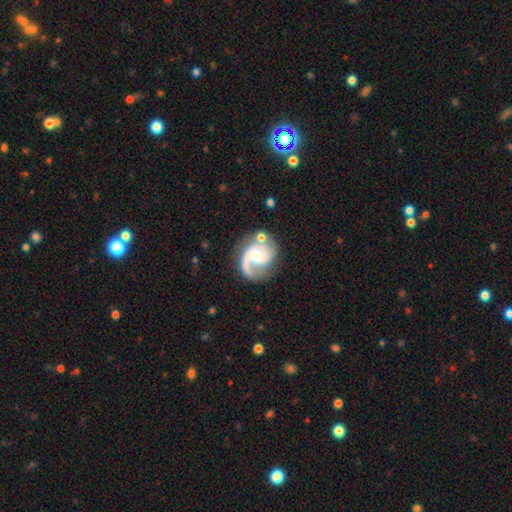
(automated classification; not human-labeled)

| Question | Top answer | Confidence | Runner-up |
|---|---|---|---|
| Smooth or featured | featured or disk | 89% | smooth (7%) |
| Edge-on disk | no | 98% | yes (2%) |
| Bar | weak | 44% | tied: no (44%) |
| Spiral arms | yes | 97% | no (3%) |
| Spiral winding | medium | 53% | loose (26%) |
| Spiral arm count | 2 | 73% | 1 (20%) |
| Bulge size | moderate | 51% | small (41%) |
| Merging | none | 60% | minor disturbance (19%) |